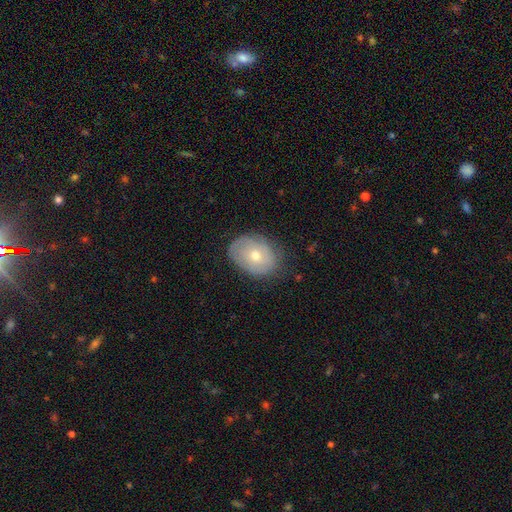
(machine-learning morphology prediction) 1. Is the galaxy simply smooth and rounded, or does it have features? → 49% smooth, 42% featured or disk, 8% star or artifact.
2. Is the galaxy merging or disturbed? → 74% none, 20% minor disturbance, 5% major disturbance, 1% merger.